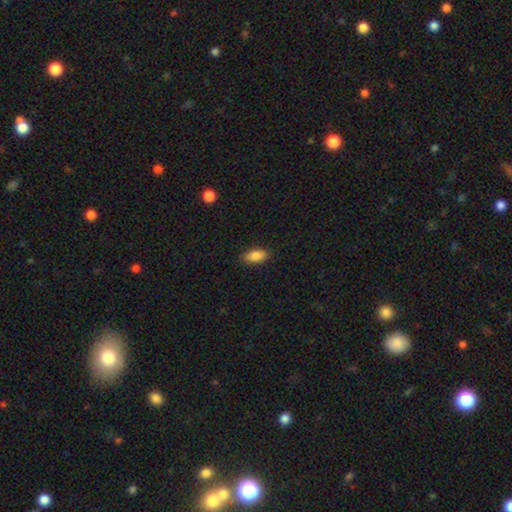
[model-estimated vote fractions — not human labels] Smooth or featured? Predicted: smooth (p=0.86). How rounded? Predicted: in between (p=0.87). Merging? Predicted: none (p=0.87).